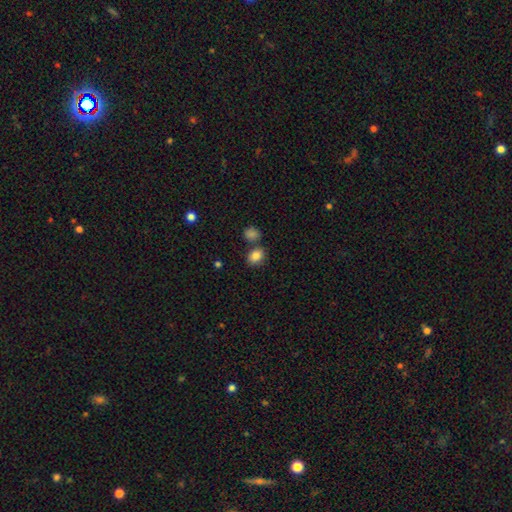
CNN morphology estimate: type=smooth (85%); roundness=in between (56%); merging=none (70%).